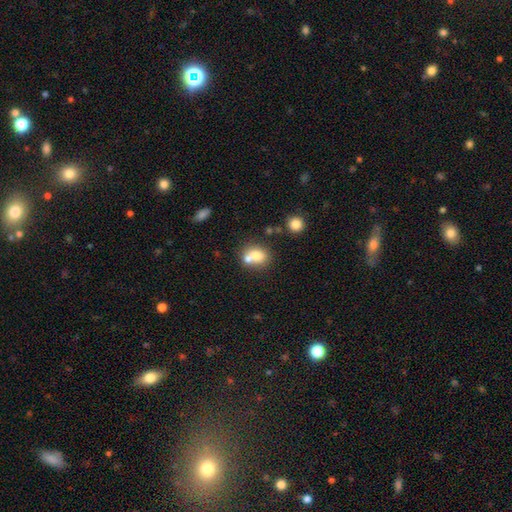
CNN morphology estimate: This appears to be a smooth galaxy with no disk features (74%) that is round (60%). Merging: none (45%).